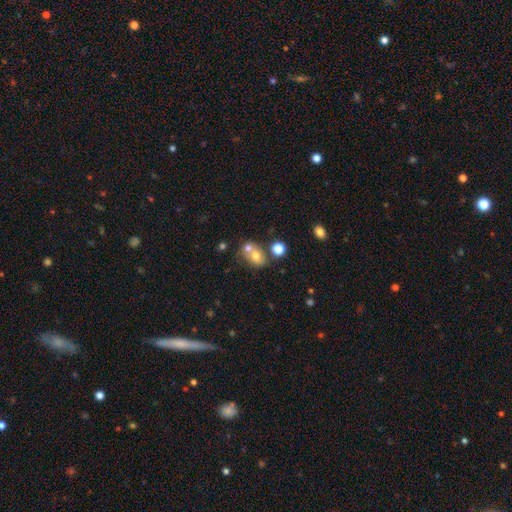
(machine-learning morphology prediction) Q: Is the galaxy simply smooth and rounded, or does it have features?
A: smooth — 67%.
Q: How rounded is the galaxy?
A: round — 52%.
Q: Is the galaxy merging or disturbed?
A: merger — 52%.